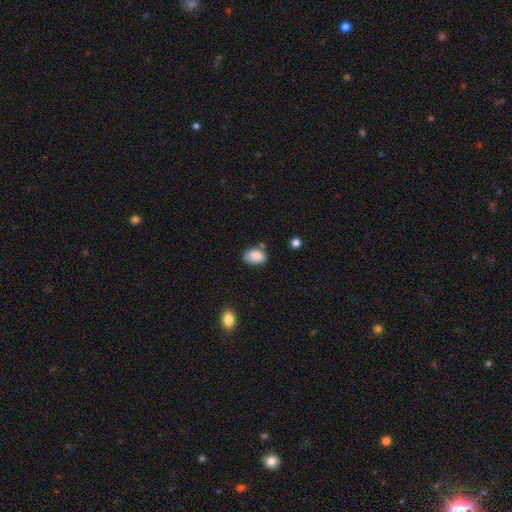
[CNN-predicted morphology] smooth 86%, star or artifact 8%, featured or disk 5%. Down the decision tree: how rounded — in between (85%); merging — none (61%).